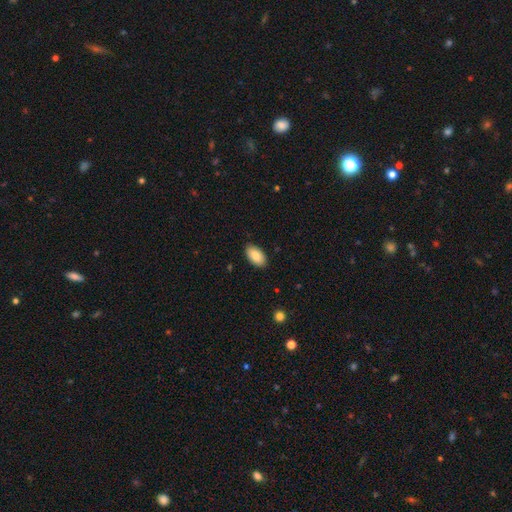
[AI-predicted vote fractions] Smooth or featured?
  - smooth: 86% *
  - featured or disk: 8%
  - star or artifact: 6%
How rounded?
  - in between: 95% *
  - round: 3%
  - cigar-shaped: 2%
Merging?
  - none: 87% *
  - minor disturbance: 10%
  - major disturbance: 2%
  - merger: 1%